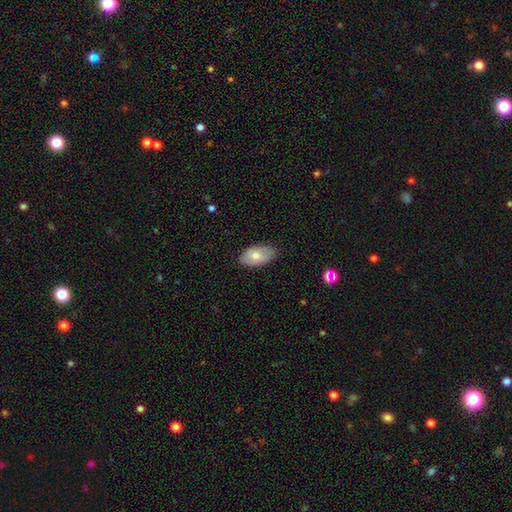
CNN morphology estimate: smooth 67%, featured or disk 26%, star or artifact 7%. Down the decision tree: how rounded — in between (94%); merging — none (79%).